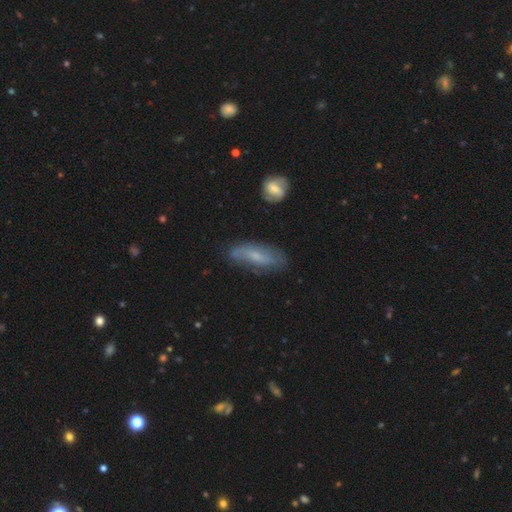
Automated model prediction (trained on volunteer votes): This is possibly a featured or disk galaxy (48%). Merging: likely none (69%).